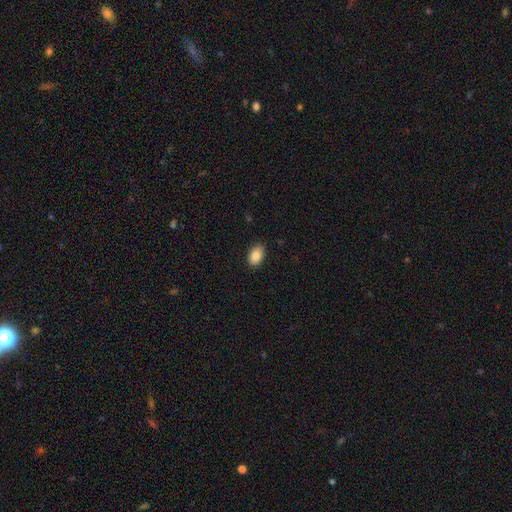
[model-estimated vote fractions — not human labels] Morphology: type=smooth (87%); roundness=in between (88%); merging=none (84%).